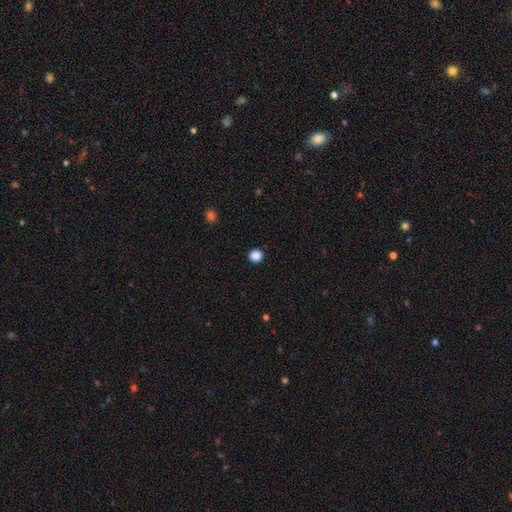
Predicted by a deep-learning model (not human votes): Overall: smooth (87%). How rounded: round (95%). Merging: none (93%).